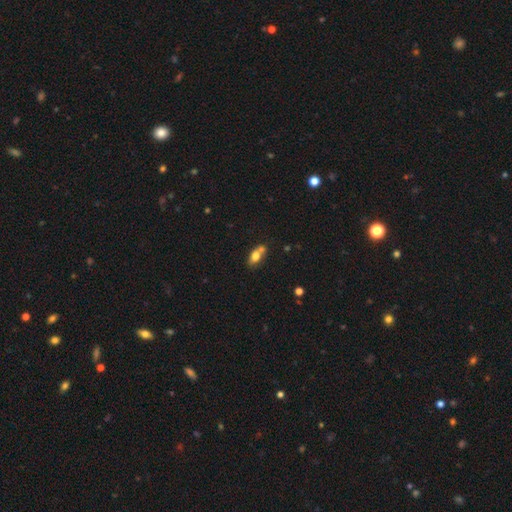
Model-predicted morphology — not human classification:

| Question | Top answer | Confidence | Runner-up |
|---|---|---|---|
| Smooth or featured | smooth | 72% | featured or disk (19%) |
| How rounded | in between | 82% | round (10%) |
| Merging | none | 46% | merger (34%) |